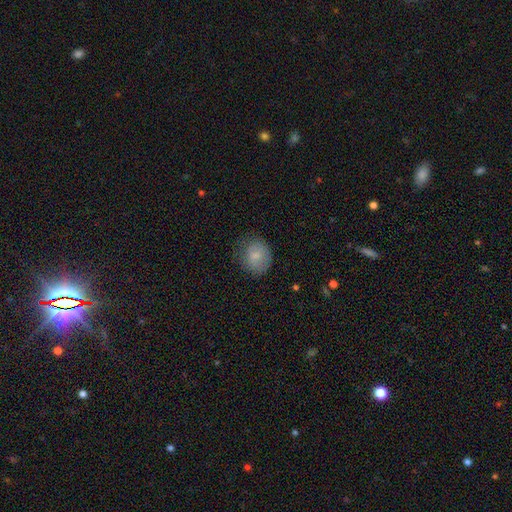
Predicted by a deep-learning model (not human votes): The model was most divided on "how rounded": round: 64%, in between: 35%, cigar-shaped: 1%. More confident: smooth or featured — smooth (79%); merging — none (67%).